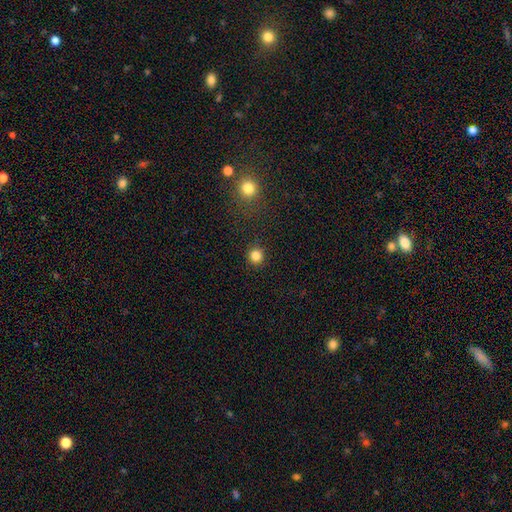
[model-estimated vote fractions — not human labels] The model was most divided on "smooth or featured": smooth: 83%, star or artifact: 13%, featured or disk: 4%. More confident: how rounded — round (93%); merging — none (90%).